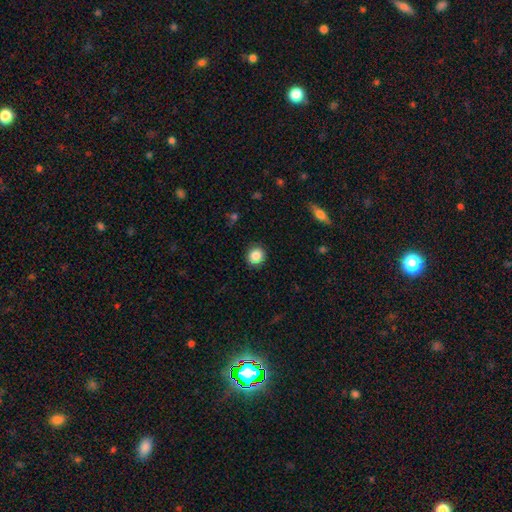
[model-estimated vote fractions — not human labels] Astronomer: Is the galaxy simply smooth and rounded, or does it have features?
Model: smooth — 86%.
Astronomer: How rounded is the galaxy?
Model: round — 85%.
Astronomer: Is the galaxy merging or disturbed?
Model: none — 90%.